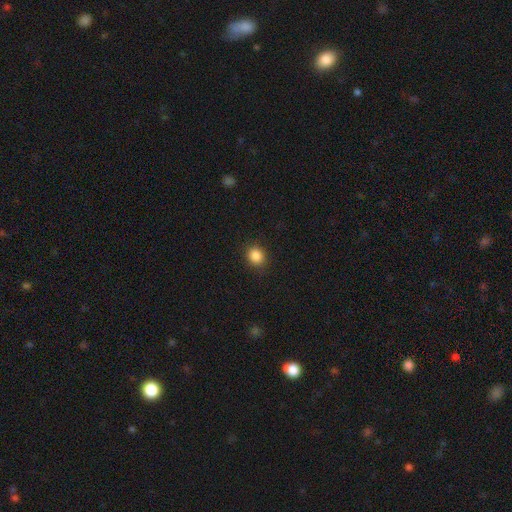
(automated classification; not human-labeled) Smooth or featured? smooth (87%)
How rounded? round (78%)
Merging? none (89%)